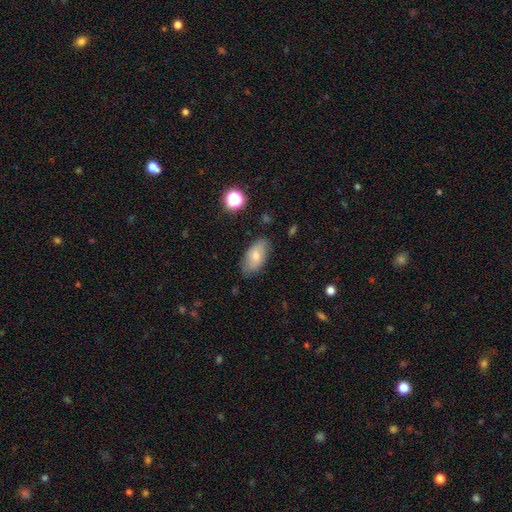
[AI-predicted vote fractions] Smooth or featured? smooth (68%)
How rounded? in between (92%)
Merging? none (78%)